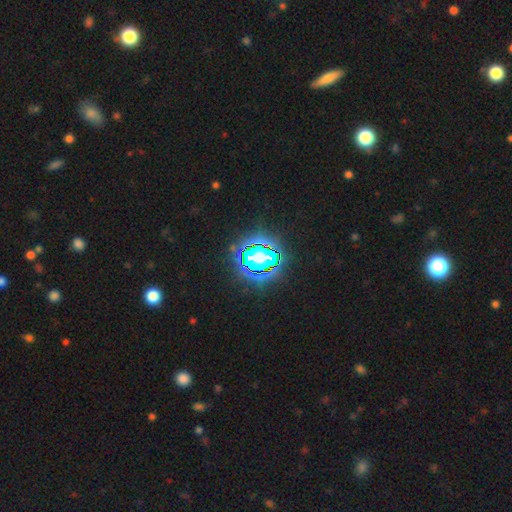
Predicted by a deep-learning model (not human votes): This is clearly a star or artifact rather than a galaxy (82%).